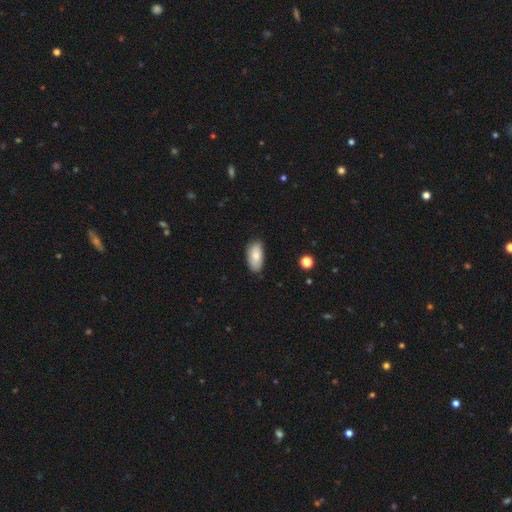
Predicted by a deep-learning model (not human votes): Smooth or featured? Predicted: smooth (p=0.80). How rounded? Predicted: in between (p=0.93). Merging? Predicted: none (p=0.78).